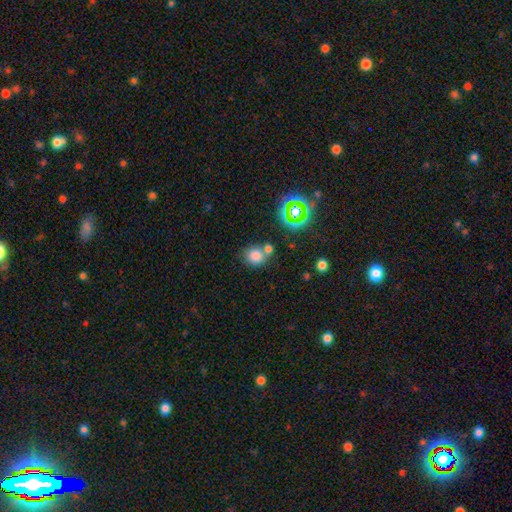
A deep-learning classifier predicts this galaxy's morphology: Overall: smooth (77%). How rounded: round (78%). Merging: none (56%; merger 29%).